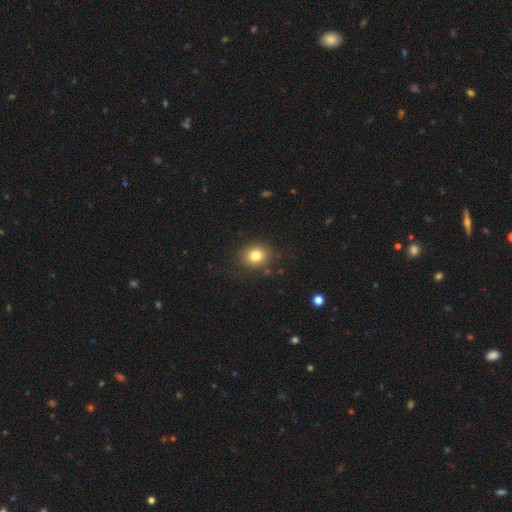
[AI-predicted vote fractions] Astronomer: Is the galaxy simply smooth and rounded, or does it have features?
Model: smooth — 81%.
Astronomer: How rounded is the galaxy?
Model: round — 64%.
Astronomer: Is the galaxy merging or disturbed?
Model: none — 84%.